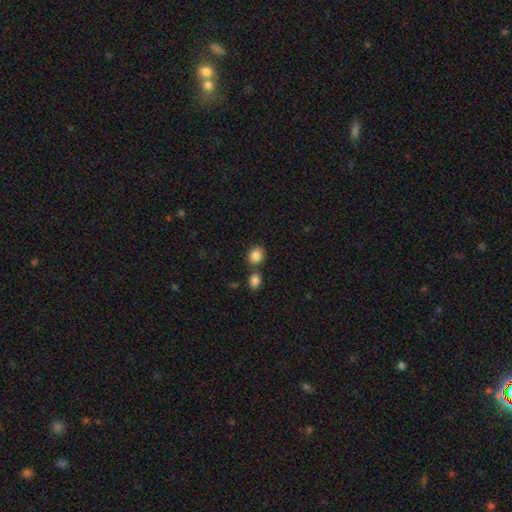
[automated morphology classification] Smooth or featured? smooth (87%)
How rounded? round (65%)
Merging? none (66%)